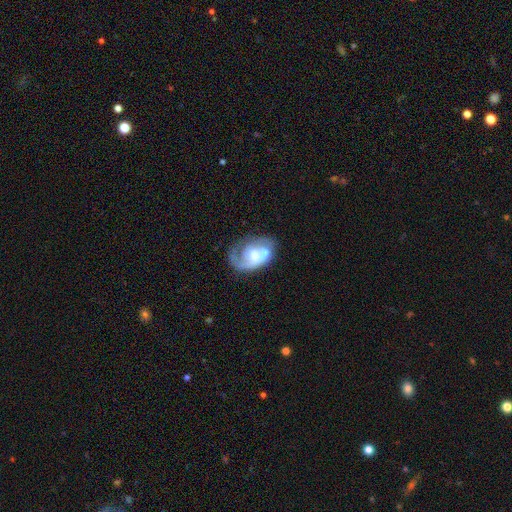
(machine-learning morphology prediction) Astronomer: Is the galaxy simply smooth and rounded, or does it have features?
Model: featured or disk — 72%.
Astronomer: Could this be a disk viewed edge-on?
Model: no — 97%.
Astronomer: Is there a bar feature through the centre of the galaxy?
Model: no — 58% (runner-up: weak, 35%).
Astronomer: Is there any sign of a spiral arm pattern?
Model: yes — 80%.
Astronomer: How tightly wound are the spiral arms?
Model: tight — 41% (runner-up: medium, 38%).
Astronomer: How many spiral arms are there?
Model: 1 — 53%.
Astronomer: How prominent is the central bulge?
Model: moderate — 51% (runner-up: small, 29%).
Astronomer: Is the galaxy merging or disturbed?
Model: none — 40% (runner-up: major disturbance, 26%).